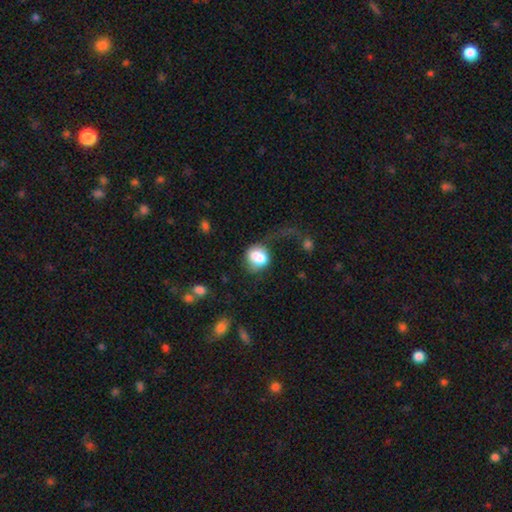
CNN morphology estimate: A smooth galaxy with no disk features (75%) that is round (64%). Merging: none (35%).